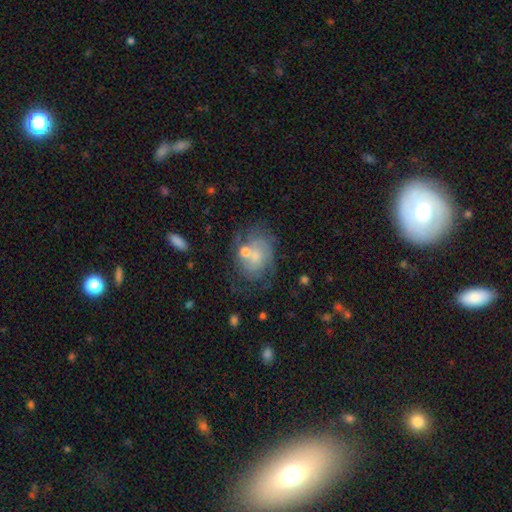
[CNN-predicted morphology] smooth_or_featured: featured or disk (p=0.59) [alt: smooth p=0.32]
disk_edge_on: no (p=0.97) [alt: yes p=0.03]
bar: no (p=0.74) [alt: weak p=0.23]
has_spiral_arms: yes (p=0.76) [alt: no p=0.24]
bulge_size: small (p=0.51) [alt: moderate p=0.34]
merging: none (p=0.47) [alt: minor disturbance p=0.22]